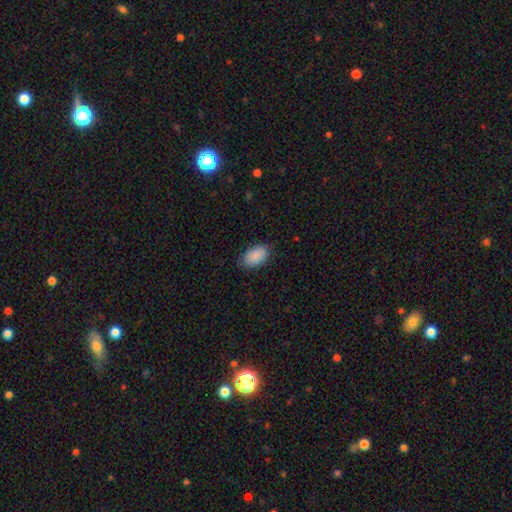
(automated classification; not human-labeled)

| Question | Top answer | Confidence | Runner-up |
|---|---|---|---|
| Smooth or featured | smooth | 90% | star or artifact (6%) |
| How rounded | in between | 94% | round (5%) |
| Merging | none | 82% | minor disturbance (14%) |